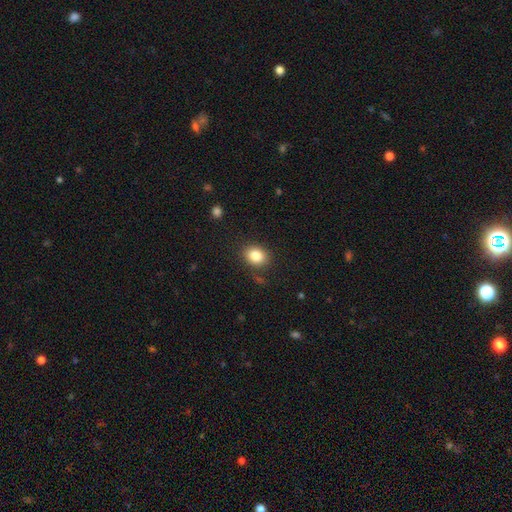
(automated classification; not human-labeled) This is clearly a smooth galaxy (84%). How rounded: possibly round (50%). Merging: clearly none (84%).